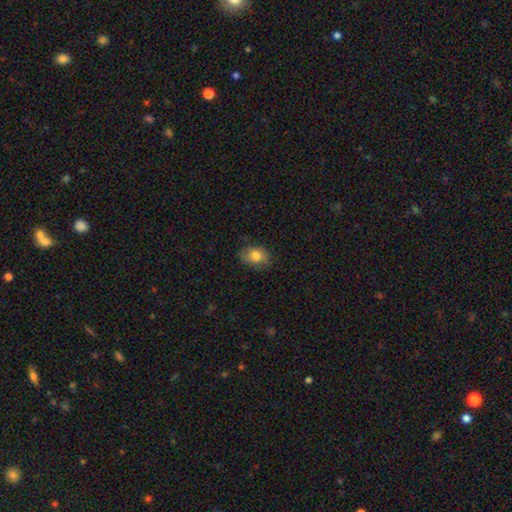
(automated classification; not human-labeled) The model was most divided on "how rounded": in between: 70%, round: 29%, cigar-shaped: 1%. More confident: smooth or featured — smooth (79%); merging — none (75%).